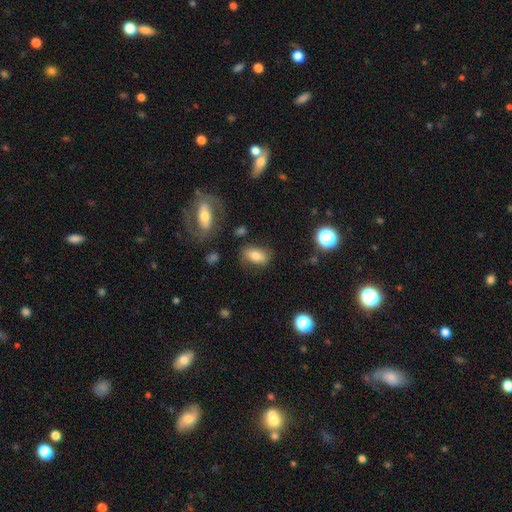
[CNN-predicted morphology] This appears to be a smooth galaxy with no disk features (73%) that is in between round and cigar-shaped (87%). Merging: none (74%).